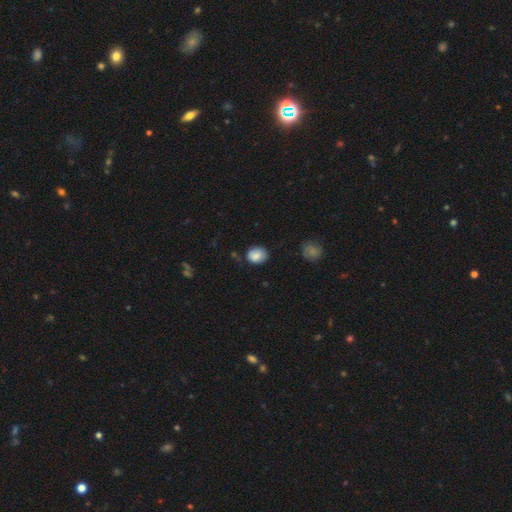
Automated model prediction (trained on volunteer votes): The model was most divided on "how rounded": round: 61%, in between: 38%, cigar-shaped: 1%. More confident: smooth or featured — smooth (83%); merging — none (73%).